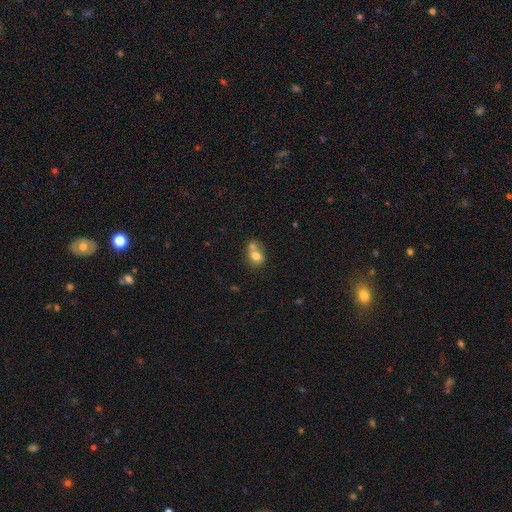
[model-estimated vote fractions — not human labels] A smooth galaxy with no disk features (73%) that is round (53%).

Vote fractions:
- Smooth or featured? smooth: 73% / featured or disk: 17% / star or artifact: 10%
- How rounded? round: 53% / in between: 46% / cigar-shaped: 1%
- Merging? merger: 55% / none: 31% / minor disturbance: 10% / major disturbance: 4%